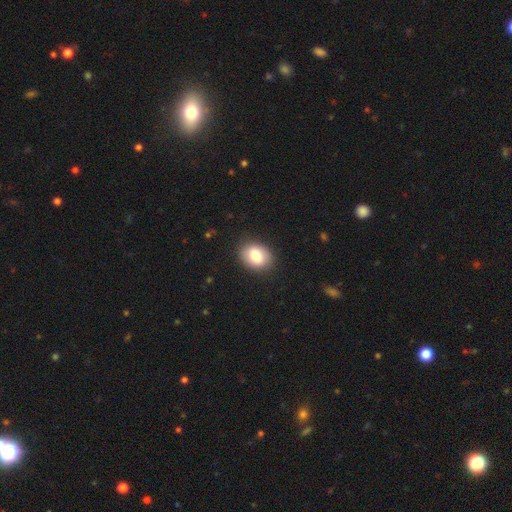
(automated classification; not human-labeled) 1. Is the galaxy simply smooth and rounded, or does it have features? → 83% smooth, 9% featured or disk, 7% star or artifact.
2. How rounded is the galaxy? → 67% in between, 32% round, 1% cigar-shaped.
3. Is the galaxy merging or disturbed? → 87% none, 10% minor disturbance, 2% major disturbance, 1% merger.